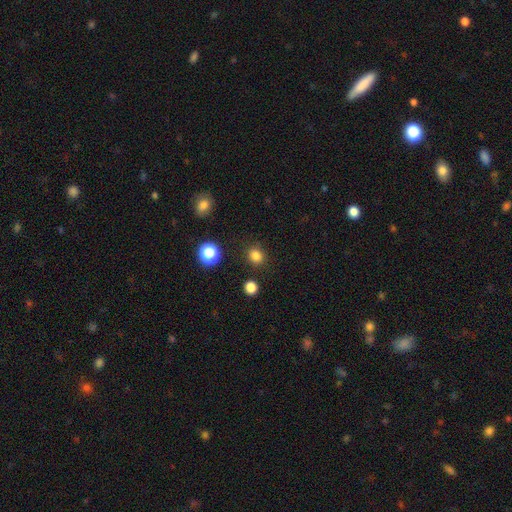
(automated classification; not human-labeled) Q: Smooth or featured?
A: smooth (82%); runner-up: star or artifact (14%)
Q: How rounded?
A: round (76%); runner-up: in between (23%)
Q: Merging?
A: none (87%); runner-up: minor disturbance (8%)